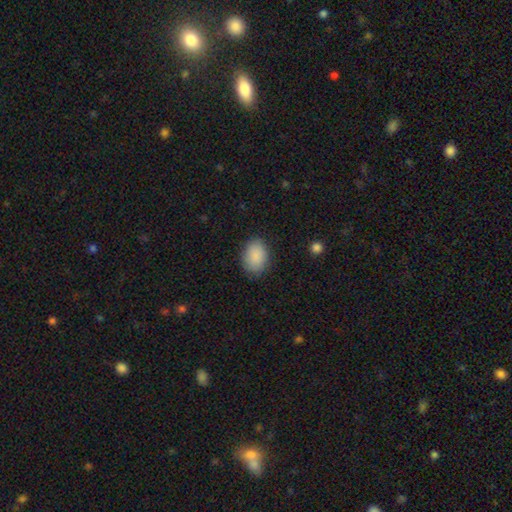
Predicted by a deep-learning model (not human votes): A smooth galaxy with no disk features (89%) that is in between round and cigar-shaped (78%).

Vote fractions:
- Smooth or featured? smooth: 89% / star or artifact: 7% / featured or disk: 4%
- How rounded? in between: 78% / round: 21% / cigar-shaped: 1%
- Merging? none: 84% / minor disturbance: 12% / major disturbance: 3% / merger: 1%